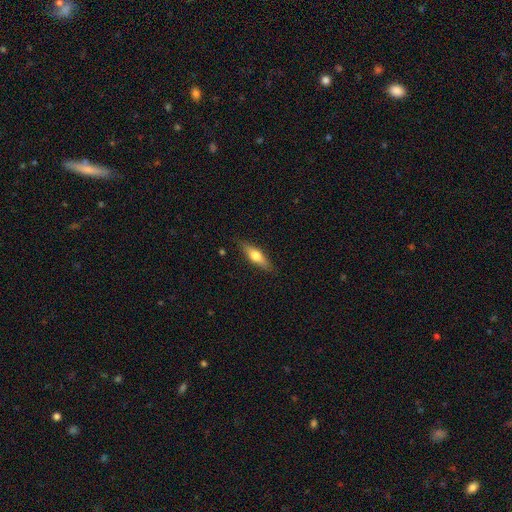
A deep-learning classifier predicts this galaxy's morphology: Overall: smooth (61%; featured or disk 33%). How rounded: cigar-shaped (53%; in between 44%). Merging: none (85%).